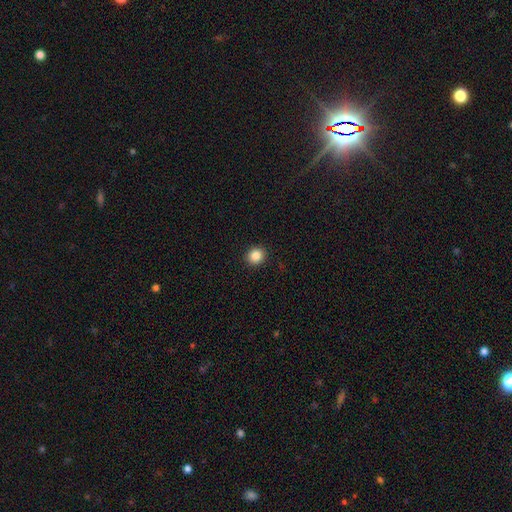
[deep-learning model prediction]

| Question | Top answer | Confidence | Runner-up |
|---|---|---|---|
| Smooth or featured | smooth | 86% | star or artifact (10%) |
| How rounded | round | 87% | in between (12%) |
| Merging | none | 93% | minor disturbance (5%) |